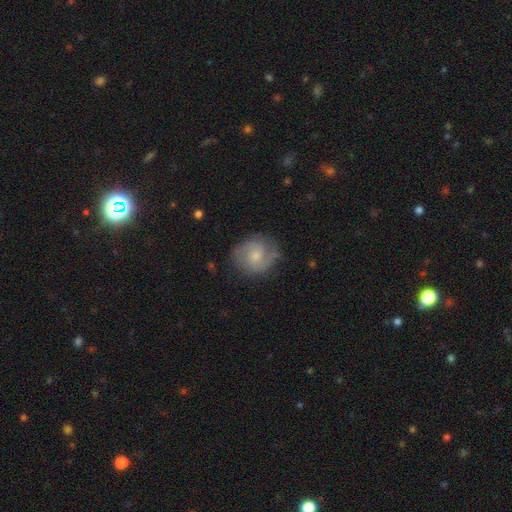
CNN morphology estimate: Overall: featured or disk (58%; smooth 35%). Edge-on disk: no (98%). Bar: no (65%; weak 31%). Spiral arms: yes (87%). Bulge size: small (56%; moderate 35%). Merging: none (71%).